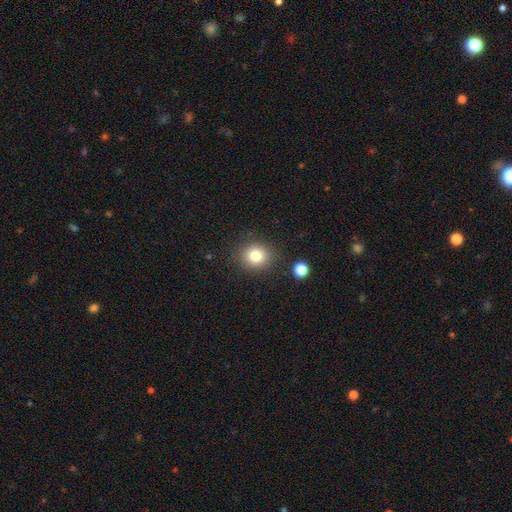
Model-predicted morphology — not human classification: Smooth or featured?
  - smooth: 80% *
  - star or artifact: 12%
  - featured or disk: 8%
How rounded?
  - round: 77% *
  - in between: 22%
  - cigar-shaped: 1%
Merging?
  - none: 87% *
  - minor disturbance: 8%
  - major disturbance: 3%
  - merger: 2%